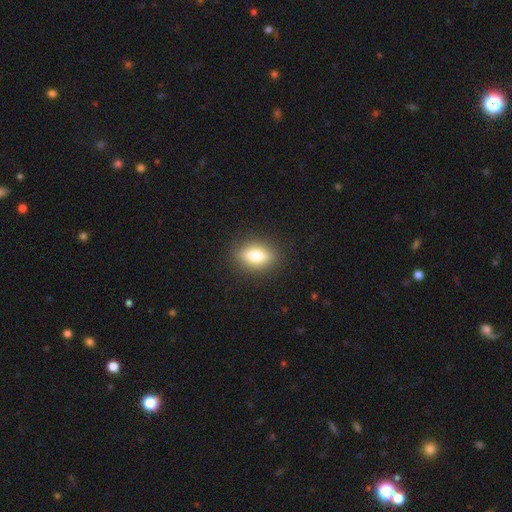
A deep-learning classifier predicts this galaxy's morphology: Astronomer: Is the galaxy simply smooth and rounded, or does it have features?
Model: smooth — 74%.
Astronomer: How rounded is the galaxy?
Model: in between — 76%.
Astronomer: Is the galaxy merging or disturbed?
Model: none — 86%.